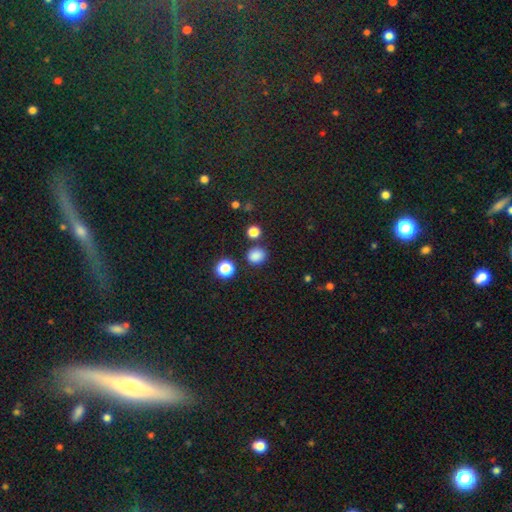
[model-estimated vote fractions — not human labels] The model was most divided on "how rounded": round: 69%, in between: 30%, cigar-shaped: 1%. More confident: smooth or featured — smooth (82%); merging — none (81%).